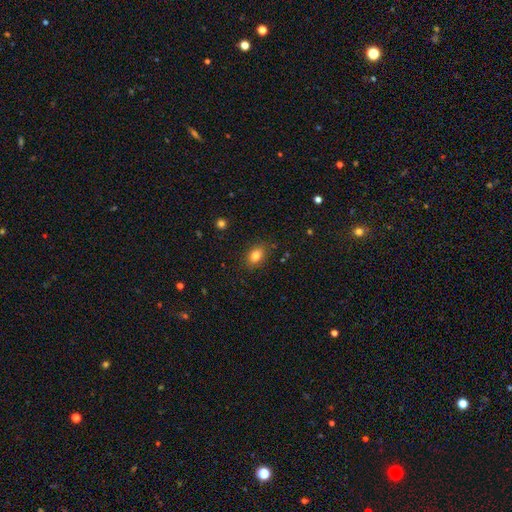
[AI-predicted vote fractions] Smooth or featured? Predicted: smooth (p=0.83). How rounded? Predicted: in between (p=0.76). Merging? Predicted: none (p=0.84).